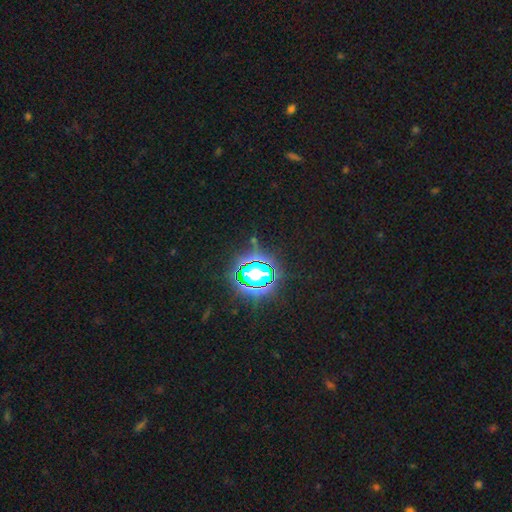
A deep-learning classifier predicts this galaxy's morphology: Overall: star or artifact (81%).